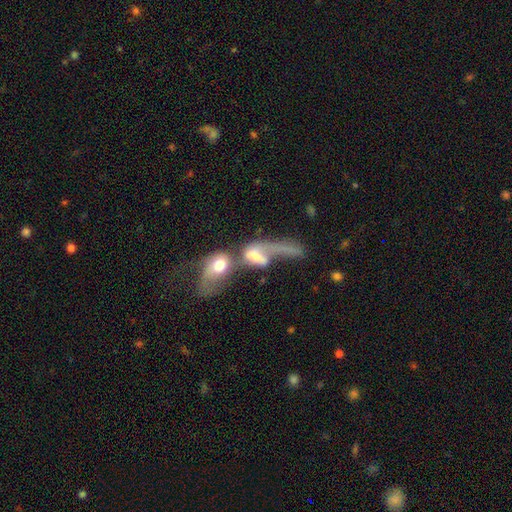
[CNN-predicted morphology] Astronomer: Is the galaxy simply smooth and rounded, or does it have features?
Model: featured or disk — 45%, tied with smooth at 45%.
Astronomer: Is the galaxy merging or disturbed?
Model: merger — 76%.